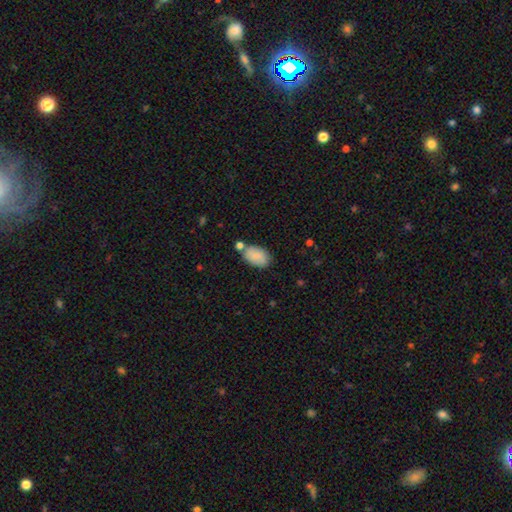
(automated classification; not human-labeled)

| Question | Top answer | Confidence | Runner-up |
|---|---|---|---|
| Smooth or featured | smooth | 86% | star or artifact (7%) |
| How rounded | in between | 93% | round (6%) |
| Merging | none | 65% | minor disturbance (17%) |